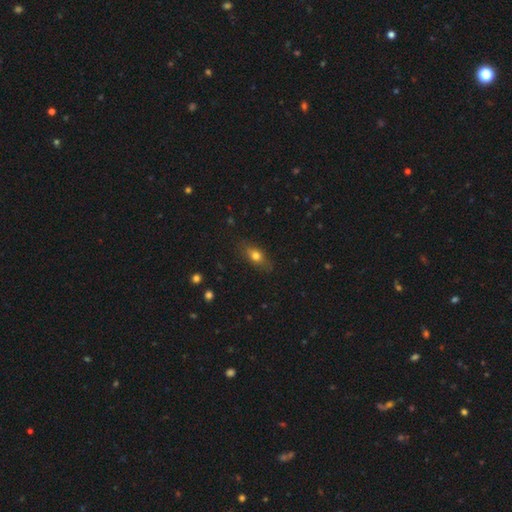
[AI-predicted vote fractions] Q: Smooth or featured?
A: smooth (72%); runner-up: featured or disk (18%)
Q: How rounded?
A: in between (73%); runner-up: cigar-shaped (15%)
Q: Merging?
A: none (80%); runner-up: minor disturbance (15%)